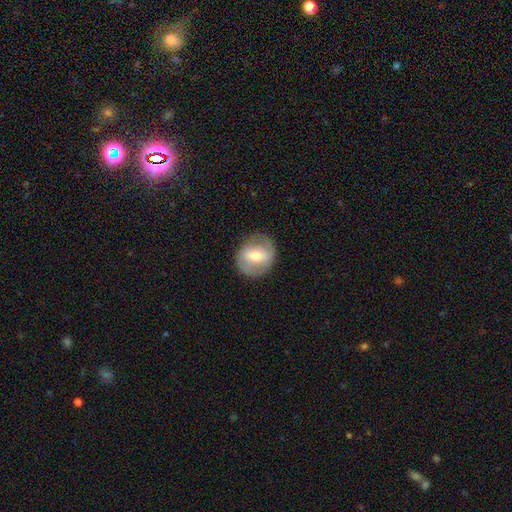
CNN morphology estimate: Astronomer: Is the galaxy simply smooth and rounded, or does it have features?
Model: featured or disk — 58% (runner-up: smooth, 36%).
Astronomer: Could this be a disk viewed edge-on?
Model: no — 96%.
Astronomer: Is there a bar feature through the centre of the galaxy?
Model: weak — 46% (runner-up: strong, 30%).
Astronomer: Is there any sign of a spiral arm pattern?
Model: yes — 66%.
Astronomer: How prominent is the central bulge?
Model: moderate — 68%.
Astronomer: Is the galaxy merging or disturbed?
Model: none — 79%.